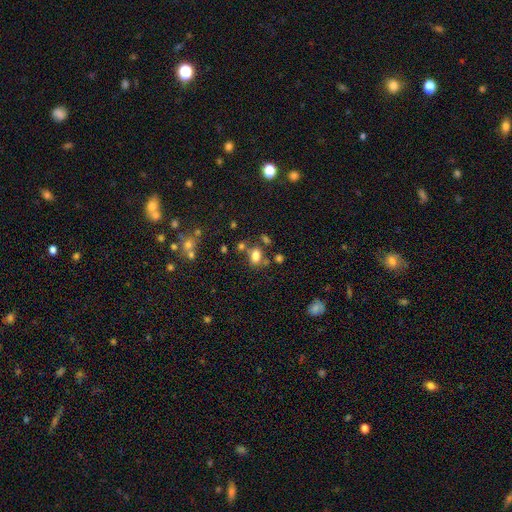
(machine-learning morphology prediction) Smooth or featured: smooth — 76% (star or artifact — 14%)
How rounded: in between — 79% (round — 19%)
Merging: none — 62% (merger — 17%)